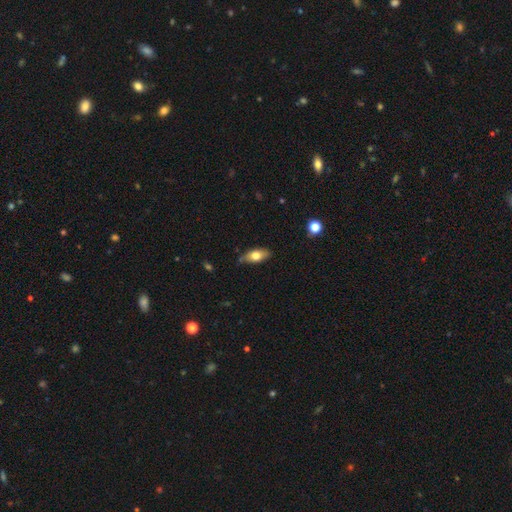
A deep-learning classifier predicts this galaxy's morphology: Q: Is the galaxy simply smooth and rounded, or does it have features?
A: smooth — 67%.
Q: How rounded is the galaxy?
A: in between — 82%.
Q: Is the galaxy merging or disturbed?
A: none — 75%.